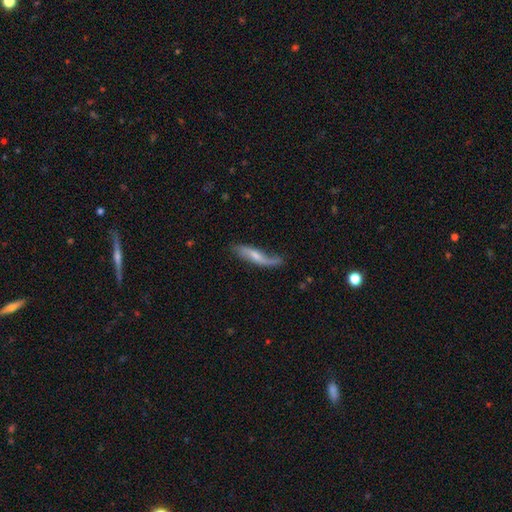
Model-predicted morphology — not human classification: Q: Smooth or featured?
A: featured or disk (63%); runner-up: smooth (31%)
Q: Edge-on disk?
A: no (70%); runner-up: yes (30%)
Q: Merging?
A: none (53%); runner-up: minor disturbance (29%)